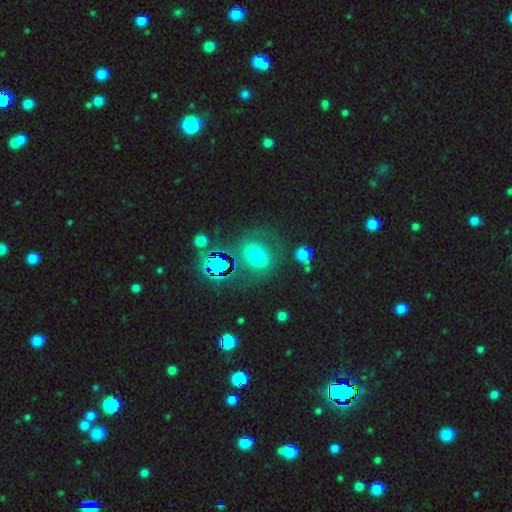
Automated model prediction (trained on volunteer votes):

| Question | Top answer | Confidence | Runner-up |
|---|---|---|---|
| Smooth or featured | smooth | 47% | featured or disk (31%) |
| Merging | none | 64% | minor disturbance (18%) |